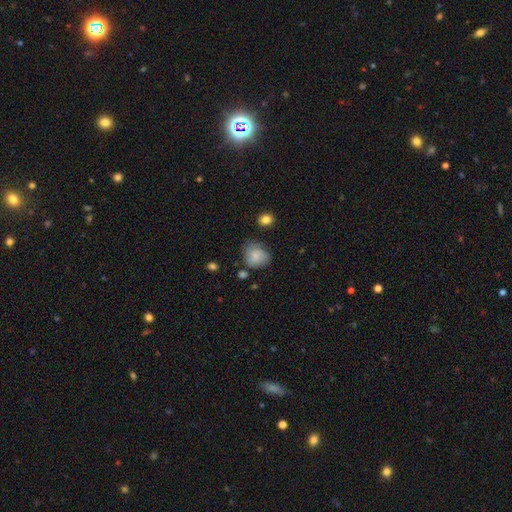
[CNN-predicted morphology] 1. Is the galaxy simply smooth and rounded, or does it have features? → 71% smooth, 21% featured or disk, 8% star or artifact.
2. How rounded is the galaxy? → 65% round, 34% in between, 1% cigar-shaped.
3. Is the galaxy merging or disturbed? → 56% none, 31% minor disturbance, 10% major disturbance, 4% merger.